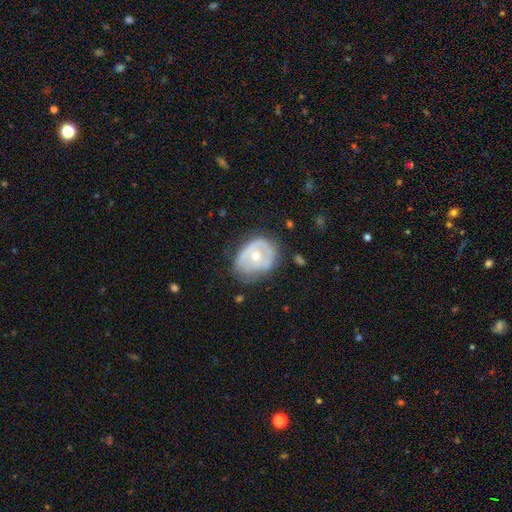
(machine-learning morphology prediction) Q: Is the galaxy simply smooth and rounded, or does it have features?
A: featured or disk — 59%.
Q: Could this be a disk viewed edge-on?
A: no — 95%.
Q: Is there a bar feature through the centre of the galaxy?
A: no — 80%.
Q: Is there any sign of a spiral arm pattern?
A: no — 64%.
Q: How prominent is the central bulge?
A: moderate — 54%.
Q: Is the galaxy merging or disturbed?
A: none — 45%.